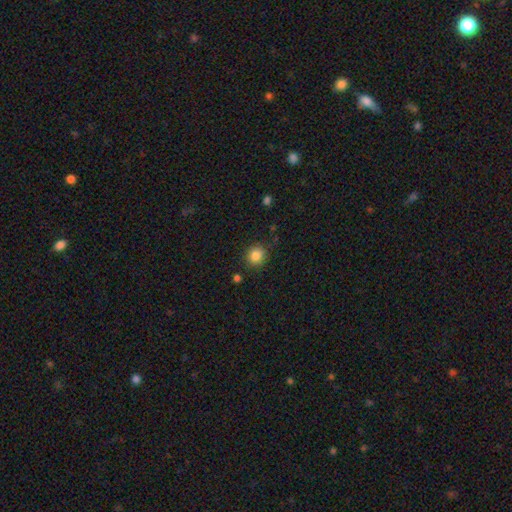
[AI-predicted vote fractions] A smooth galaxy with no disk features (85%) that is round (85%). Merging: none (87%).